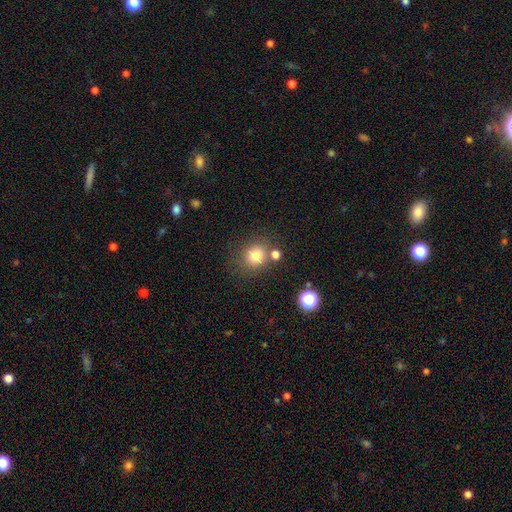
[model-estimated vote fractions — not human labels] Smooth or featured? Predicted: smooth (p=0.79). How rounded? Predicted: round (p=0.80). Merging? Predicted: none (p=0.69).